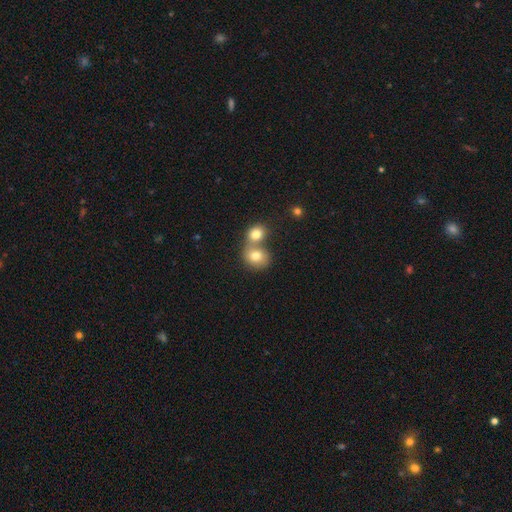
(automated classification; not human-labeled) Q: Smooth or featured?
A: smooth (76%); runner-up: featured or disk (13%)
Q: How rounded?
A: round (72%); runner-up: in between (27%)
Q: Merging?
A: merger (59%); runner-up: none (32%)